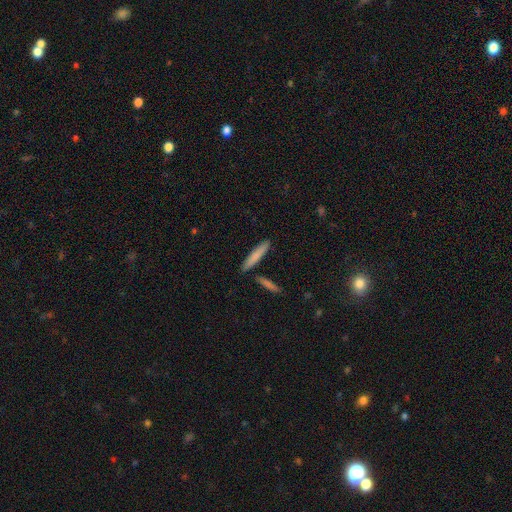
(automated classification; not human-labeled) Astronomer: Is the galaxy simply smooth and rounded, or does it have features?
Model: smooth — 78%.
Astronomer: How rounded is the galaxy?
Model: cigar-shaped — 92%.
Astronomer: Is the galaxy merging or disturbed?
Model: none — 85%.